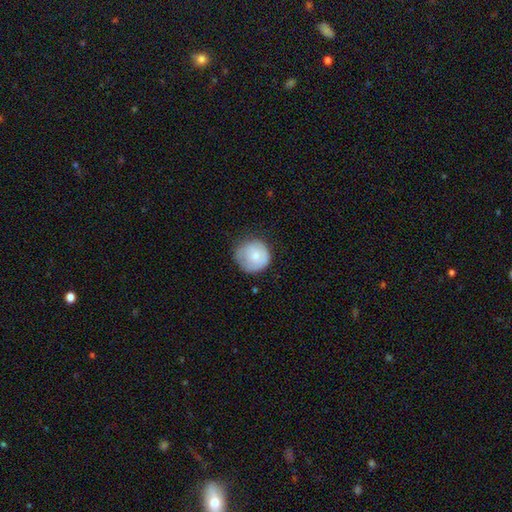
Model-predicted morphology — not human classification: Q: Smooth or featured?
A: smooth (73%); runner-up: featured or disk (20%)
Q: How rounded?
A: round (92%); runner-up: in between (7%)
Q: Merging?
A: none (62%); runner-up: minor disturbance (27%)